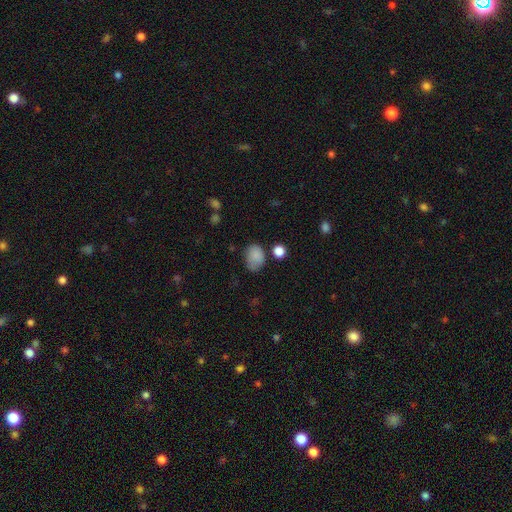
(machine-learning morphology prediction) Smooth or featured?
  - smooth: 84% *
  - star or artifact: 10%
  - featured or disk: 6%
How rounded?
  - in between: 68% *
  - round: 31%
  - cigar-shaped: 1%
Merging?
  - none: 56% *
  - minor disturbance: 29%
  - major disturbance: 9%
  - merger: 5%